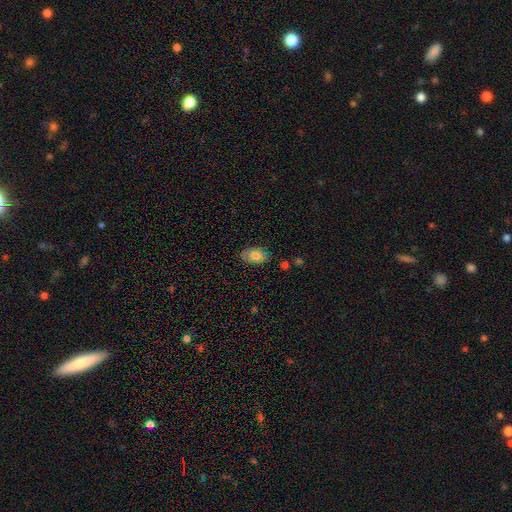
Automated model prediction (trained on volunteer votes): smooth_or_featured: smooth (p=0.67) [alt: featured or disk p=0.26]
how_rounded: in between (p=0.88) [alt: round p=0.10]
merging: none (p=0.78) [alt: minor disturbance p=0.17]